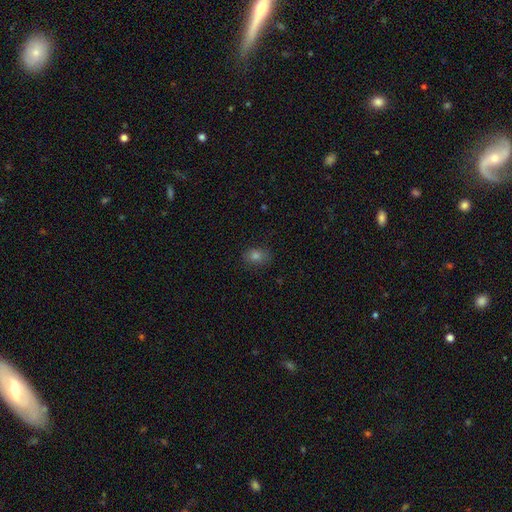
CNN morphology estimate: A smooth galaxy with no disk features (75%) that is in between round and cigar-shaped (60%). Merging: none (84%).